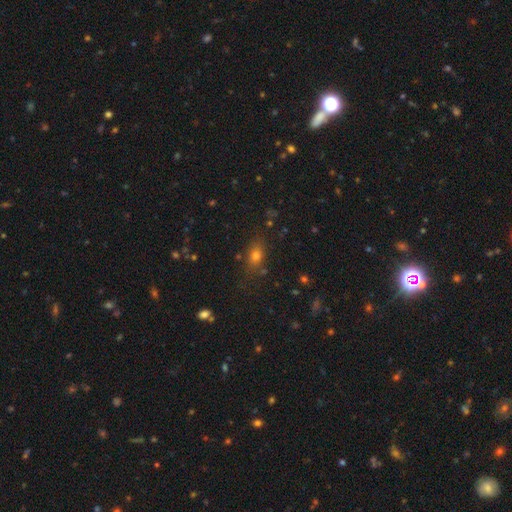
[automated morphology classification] type=smooth (69%); roundness=in between (64%); merging=none (78%).